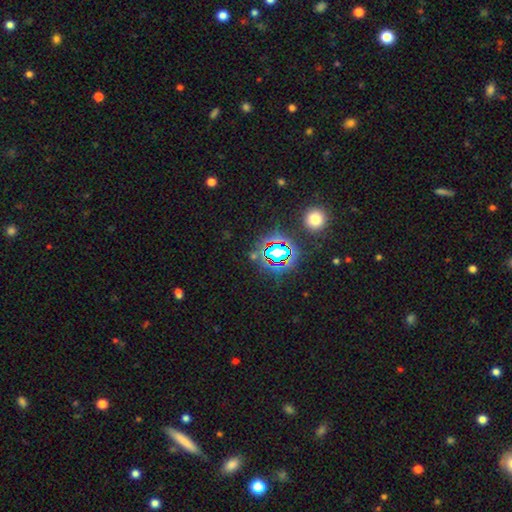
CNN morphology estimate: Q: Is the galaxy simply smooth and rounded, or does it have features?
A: star or artifact — 74%.